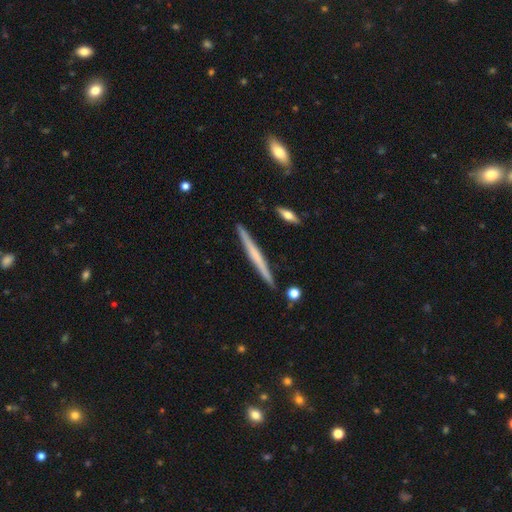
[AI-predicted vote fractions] smooth_or_featured: featured or disk (p=0.54) [alt: smooth p=0.40]
disk_edge_on: yes (p=0.98) [alt: no p=0.02]
edge_on_bulge: none (p=0.71) [alt: rounded p=0.21]
merging: none (p=0.91) [alt: minor disturbance p=0.06]